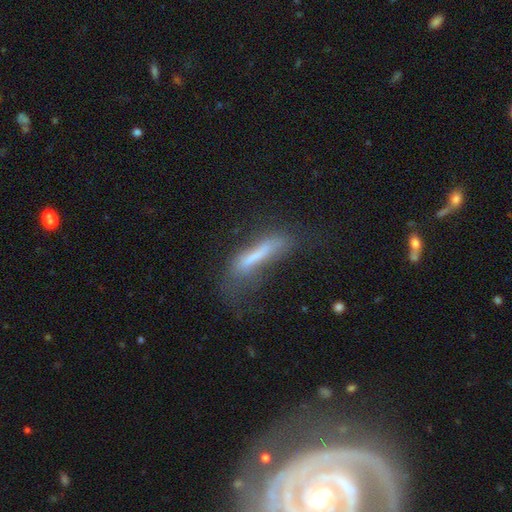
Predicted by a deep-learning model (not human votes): Smooth or featured? smooth (53%)
How rounded? cigar-shaped (85%)
Merging? none (36%)